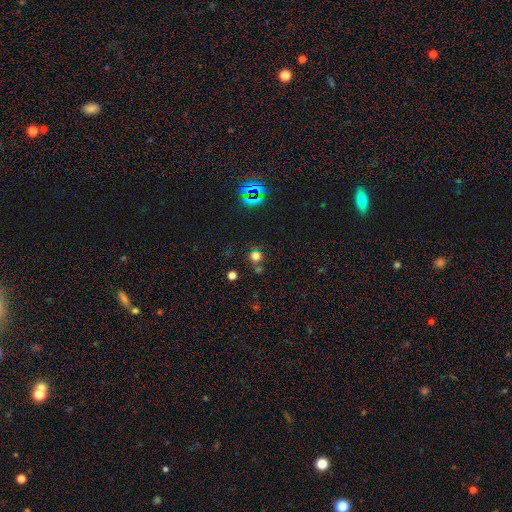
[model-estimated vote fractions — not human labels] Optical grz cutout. It shows a smooth galaxy with no disk features (63%) that is round (92%). Merging: none (71%).